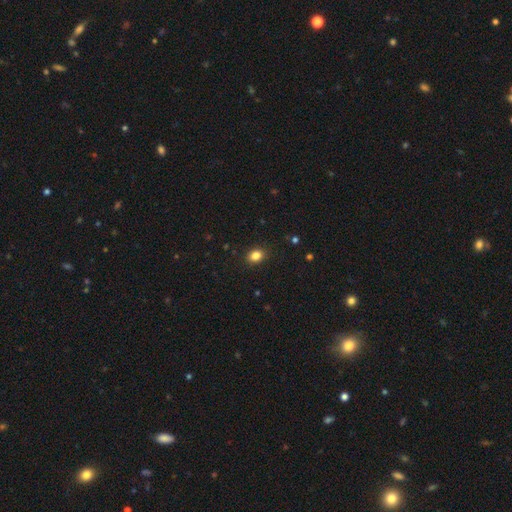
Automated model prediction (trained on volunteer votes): This is clearly a smooth galaxy (84%). How rounded: possibly in between (58%). Merging: clearly none (89%).